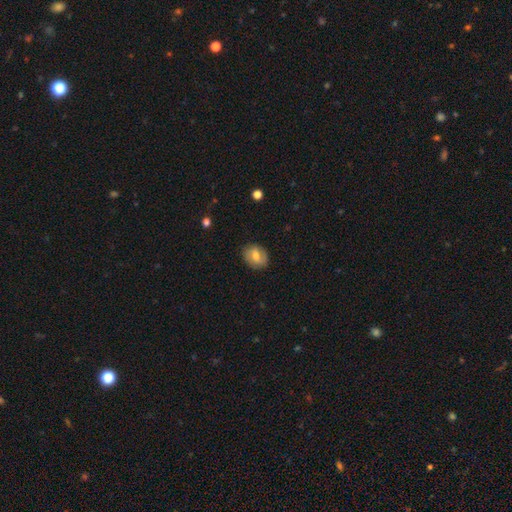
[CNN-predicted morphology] The model was most divided on "how rounded": in between: 50%, round: 49%, cigar-shaped: 1%. More confident: merging — none (83%); smooth or featured — smooth (60%).